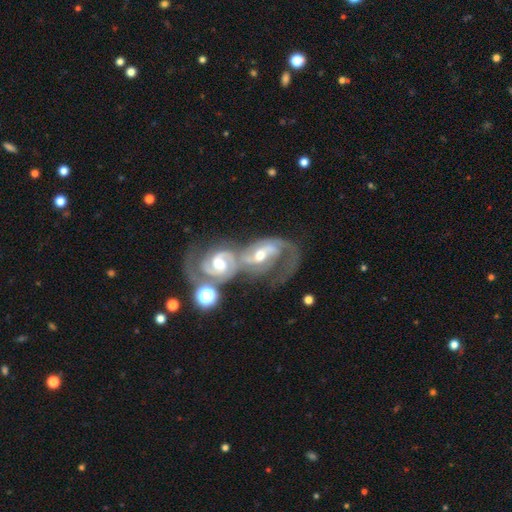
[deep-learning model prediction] A featured or disk galaxy (74%) with no bar (55%), 2 (55%) medium (39%) spiral arms (79%) and a moderate central bulge (55%).

Vote fractions:
- Smooth or featured? featured or disk: 74% / smooth: 16% / star or artifact: 10%
- Edge-on disk? no: 95% / yes: 5%
- Bar? no: 55% / weak: 31% / strong: 14%
- Spiral arms? yes: 79% / no: 21%
- Spiral winding? medium: 39% / loose: 32% / tight: 30%
- Spiral arm count? 2: 55% / 1: 20% / can't tell: 16% / 3: 3% / 4: 3% / more than 4: 3%
- Bulge size? moderate: 55% / small: 32% / large: 7% / none: 4% / dominant: 3%
- Merging? merger: 66% / none: 16% / major disturbance: 10% / minor disturbance: 8%